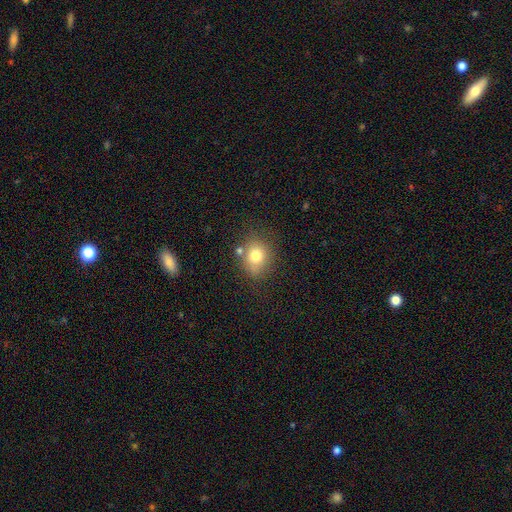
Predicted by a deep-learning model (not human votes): Smooth or featured? smooth (75%)
How rounded? round (67%)
Merging? none (68%)